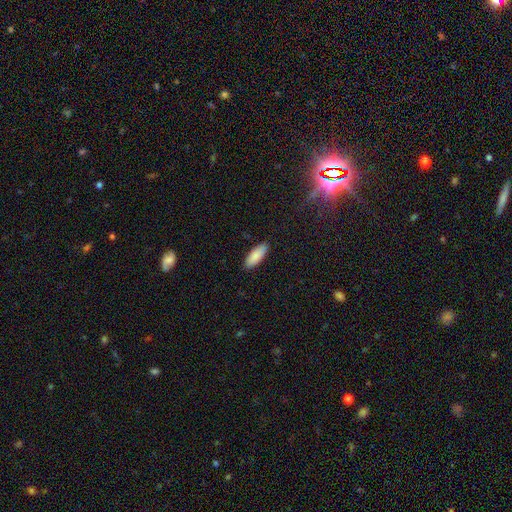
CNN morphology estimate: The model was most divided on "how rounded": in between: 73%, cigar-shaped: 26%, round: 2%. More confident: merging — none (89%); smooth or featured — smooth (88%).